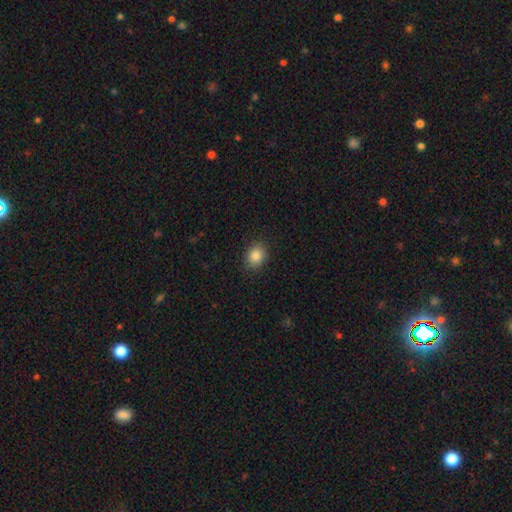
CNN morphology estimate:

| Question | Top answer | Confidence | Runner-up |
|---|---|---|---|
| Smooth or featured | smooth | 85% | star or artifact (10%) |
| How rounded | round | 62% | in between (37%) |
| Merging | none | 88% | minor disturbance (9%) |